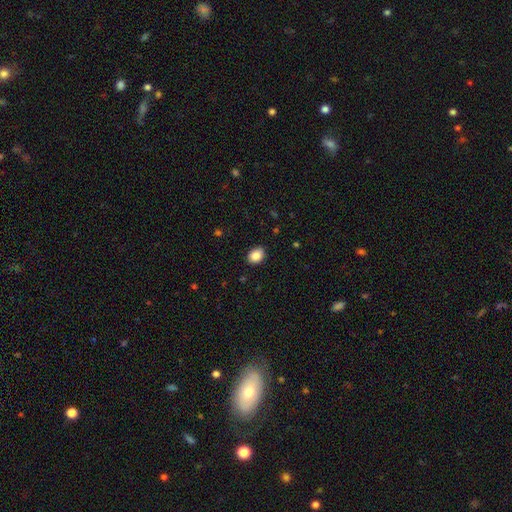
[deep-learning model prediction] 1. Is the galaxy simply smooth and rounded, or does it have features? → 87% smooth, 8% star or artifact, 5% featured or disk.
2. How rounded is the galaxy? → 68% in between, 31% round, 1% cigar-shaped.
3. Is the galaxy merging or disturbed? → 88% none, 9% minor disturbance, 2% major disturbance, 1% merger.